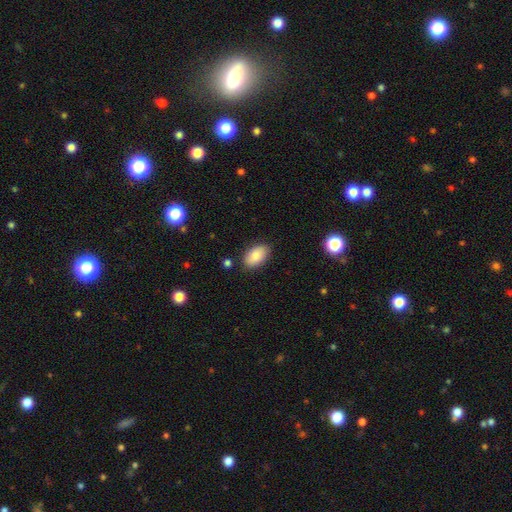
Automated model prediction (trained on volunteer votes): A smooth galaxy with no disk features (85%) that is in between round and cigar-shaped (93%).

Vote fractions:
- Smooth or featured? smooth: 85% / featured or disk: 8% / star or artifact: 7%
- How rounded? in between: 93% / round: 5% / cigar-shaped: 1%
- Merging? none: 84% / minor disturbance: 12% / major disturbance: 2% / merger: 2%